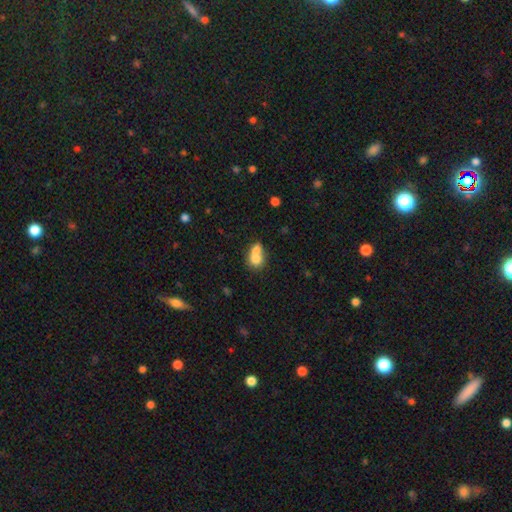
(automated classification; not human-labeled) smooth-or-featured: smooth: 72% | featured or disk: 19% | star or artifact: 10%
  how-rounded: round: 62% | in between: 37% | cigar-shaped: 1%
  merging: merger: 69% | none: 22% | minor disturbance: 6% | major disturbance: 3%